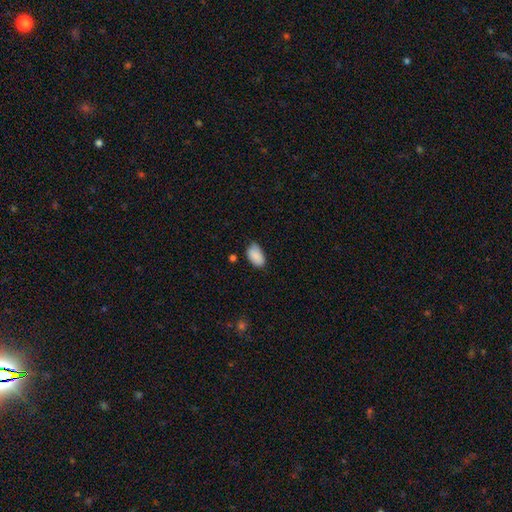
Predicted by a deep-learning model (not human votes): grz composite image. It shows a smooth galaxy with no disk features (88%) that is in between round and cigar-shaped (94%). Merging: none (65%).